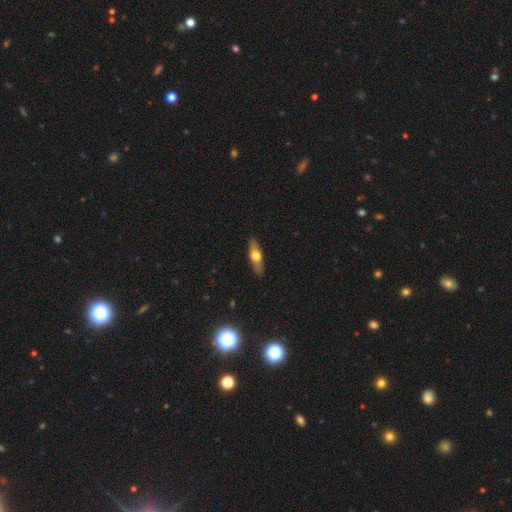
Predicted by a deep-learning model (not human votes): Morphology: type=smooth (55%); roundness=in between (49%); merging=none (88%).